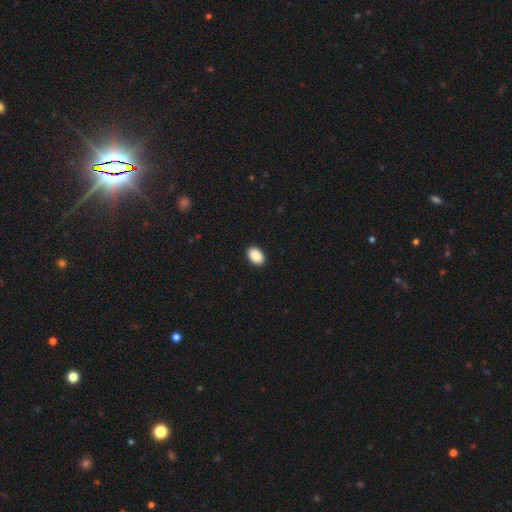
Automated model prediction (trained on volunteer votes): Smooth or featured?
  - smooth: 90% *
  - star or artifact: 7%
  - featured or disk: 3%
How rounded?
  - in between: 86% *
  - round: 13%
  - cigar-shaped: 1%
Merging?
  - none: 91% *
  - minor disturbance: 6%
  - major disturbance: 2%
  - merger: 1%